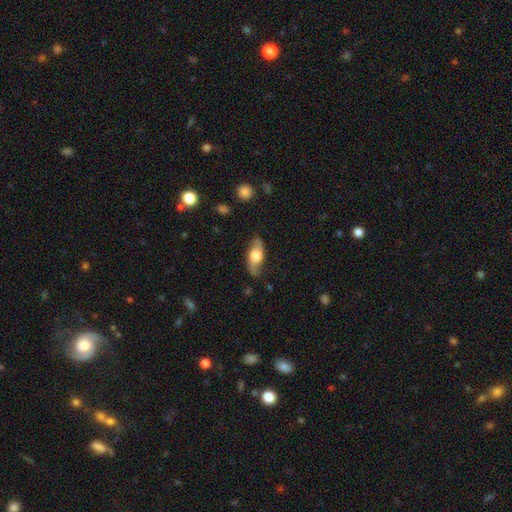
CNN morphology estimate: This is possibly a featured or disk galaxy (49%). Merging: likely none (75%).